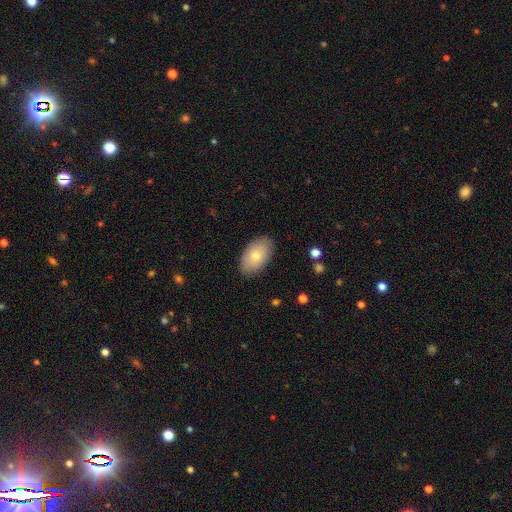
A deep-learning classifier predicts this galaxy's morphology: Smooth or featured? smooth (74%)
How rounded? in between (94%)
Merging? none (88%)